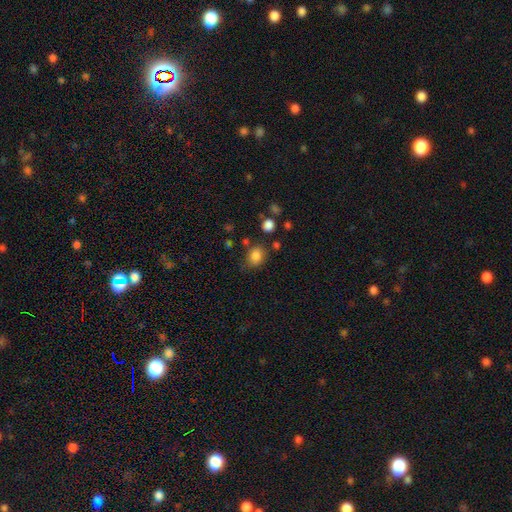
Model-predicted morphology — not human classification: A smooth galaxy with no disk features (84%) that is round (54%). Merging: none (71%).